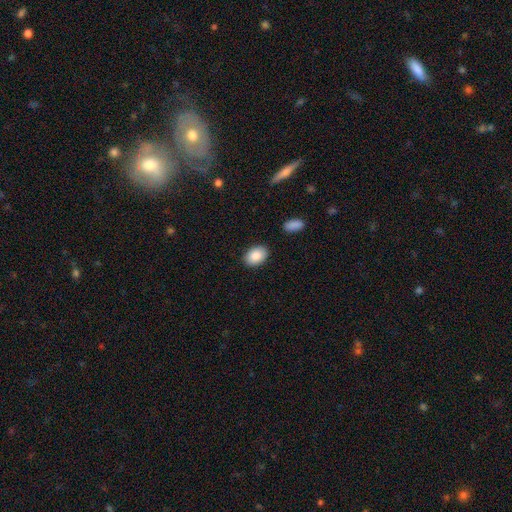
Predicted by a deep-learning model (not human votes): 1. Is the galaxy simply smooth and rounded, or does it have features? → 87% smooth, 7% star or artifact, 6% featured or disk.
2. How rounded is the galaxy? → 83% in between, 16% round, 1% cigar-shaped.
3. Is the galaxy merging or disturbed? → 87% none, 9% minor disturbance, 2% merger, 2% major disturbance.